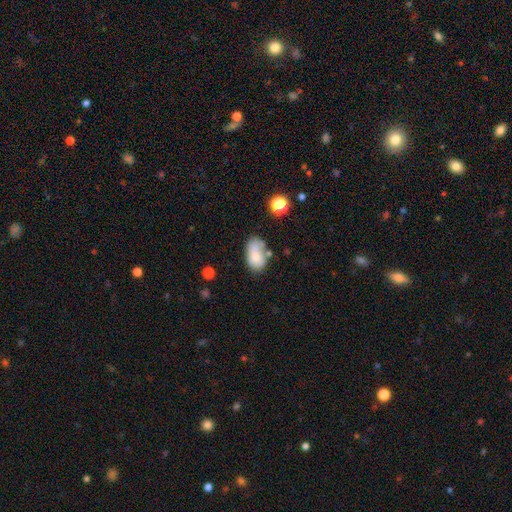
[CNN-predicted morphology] smooth 76%, featured or disk 15%, star or artifact 9%. Down the decision tree: how rounded — in between (91%); merging — none (51%).